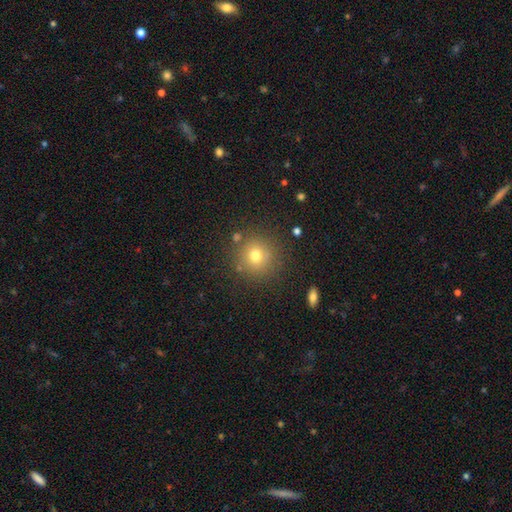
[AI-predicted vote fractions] Smooth or featured? smooth (73%)
How rounded? round (93%)
Merging? none (83%)